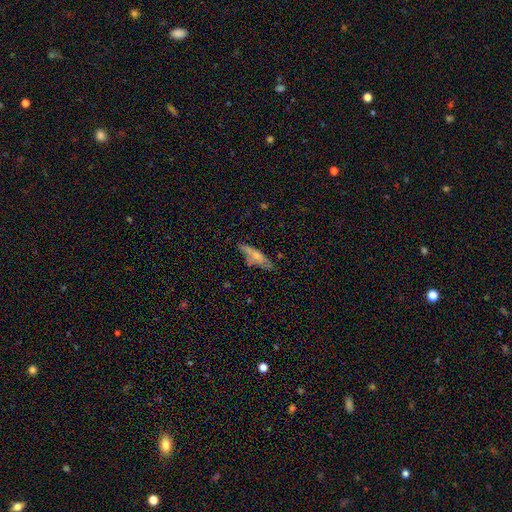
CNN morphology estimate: Smooth or featured?
  - smooth: 58% *
  - featured or disk: 33%
  - star or artifact: 9%
How rounded?
  - cigar-shaped: 49% *
  - in between: 48%
  - round: 3%
Merging?
  - none: 59% *
  - minor disturbance: 27%
  - major disturbance: 9%
  - merger: 5%